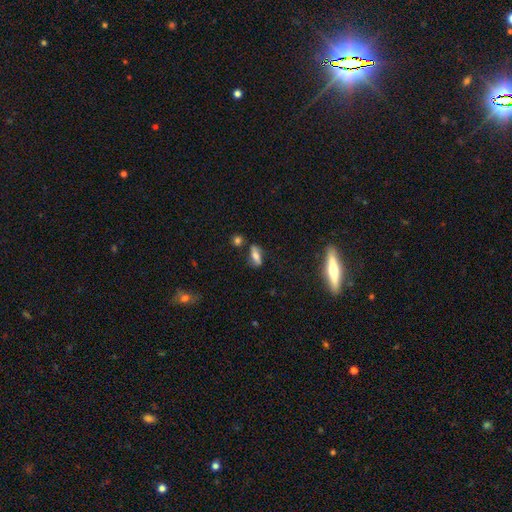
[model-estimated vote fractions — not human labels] Q: Smooth or featured?
A: smooth (61%); runner-up: featured or disk (27%)
Q: How rounded?
A: in between (70%); runner-up: cigar-shaped (24%)
Q: Merging?
A: none (67%); runner-up: minor disturbance (19%)